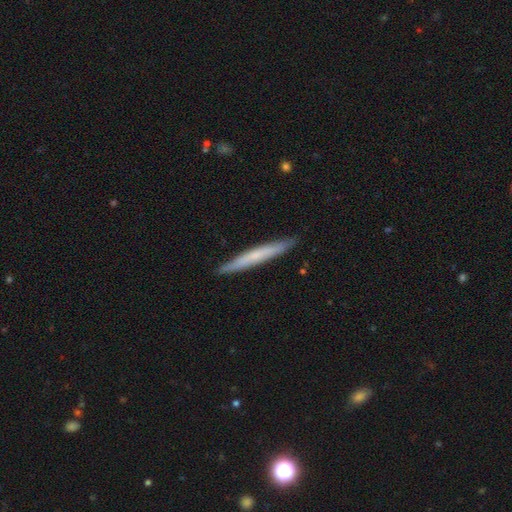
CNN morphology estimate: Smooth or featured? smooth (54%)
How rounded? cigar-shaped (96%)
Merging? none (90%)